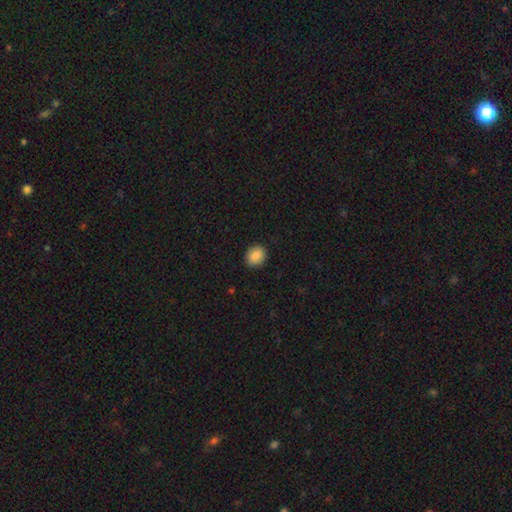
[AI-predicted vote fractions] Smooth or featured? smooth (88%)
How rounded? round (63%)
Merging? none (90%)